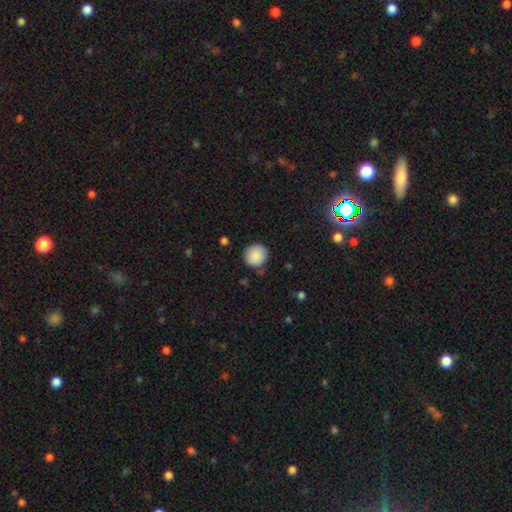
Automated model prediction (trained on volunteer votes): This appears to be a smooth galaxy with no disk features (88%) that is round (91%). Merging: none (83%).